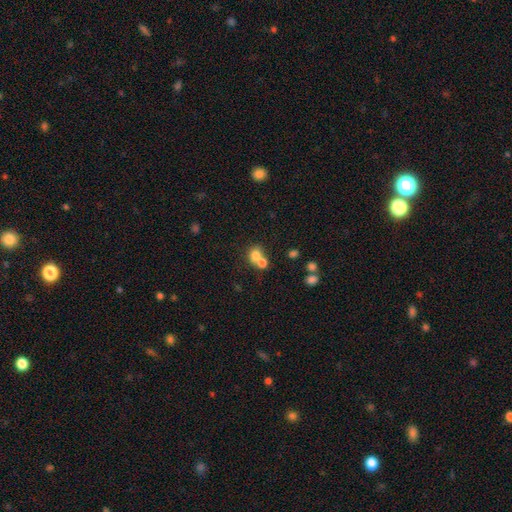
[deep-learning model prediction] Overall: smooth (74%). How rounded: round (65%; in between 34%). Merging: merger (57%; none 33%).